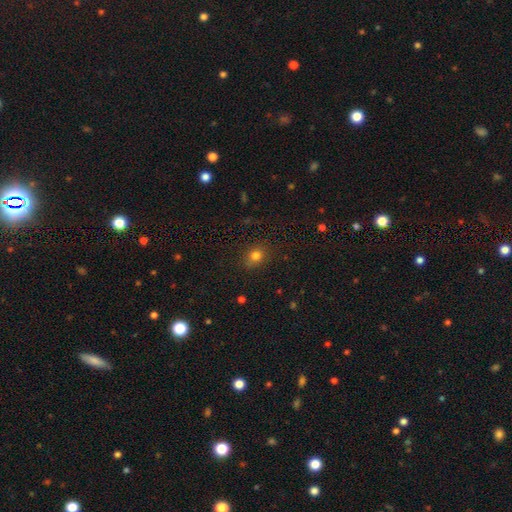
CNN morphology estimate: smooth_or_featured: smooth (p=0.78) [alt: star or artifact p=0.15]
how_rounded: round (p=0.62) [alt: in between p=0.37]
merging: none (p=0.81) [alt: minor disturbance p=0.14]